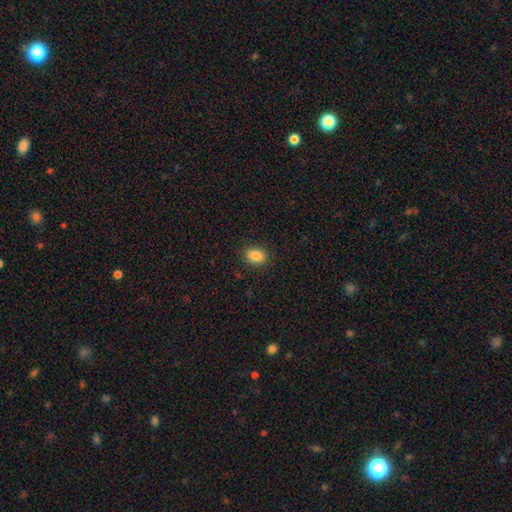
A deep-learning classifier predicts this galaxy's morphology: smooth-or-featured: smooth: 87% | star or artifact: 9% | featured or disk: 4%
  how-rounded: in between: 72% | round: 27% | cigar-shaped: 1%
  merging: none: 89% | minor disturbance: 8% | major disturbance: 2% | merger: 1%